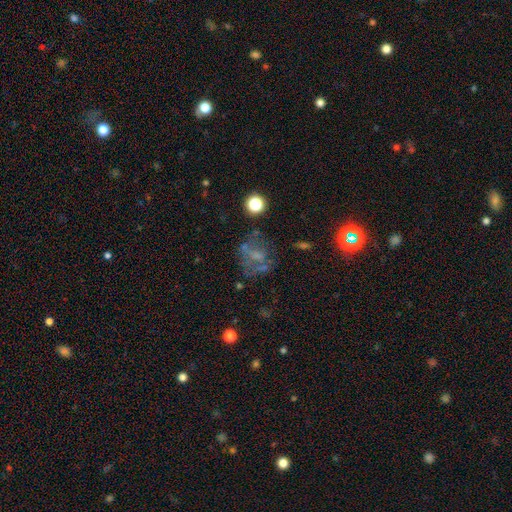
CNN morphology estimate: Smooth or featured? smooth (38%, tied with featured or disk)
Merging? none (47%)